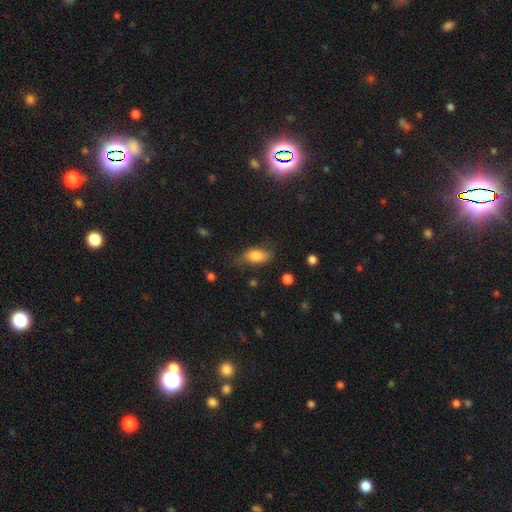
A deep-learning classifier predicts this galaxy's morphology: smooth-or-featured: smooth: 74% | featured or disk: 17% | star or artifact: 8%
  how-rounded: in between: 83% | cigar-shaped: 10% | round: 7%
  merging: none: 60% | minor disturbance: 28% | major disturbance: 9% | merger: 2%